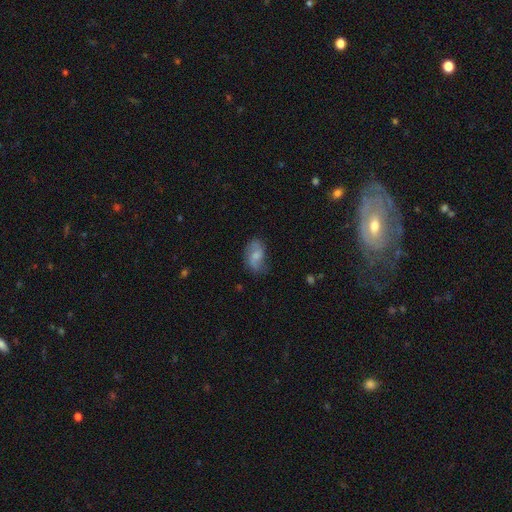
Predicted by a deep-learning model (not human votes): This appears to be a smooth galaxy with no disk features (47%). Merging: none (59%).